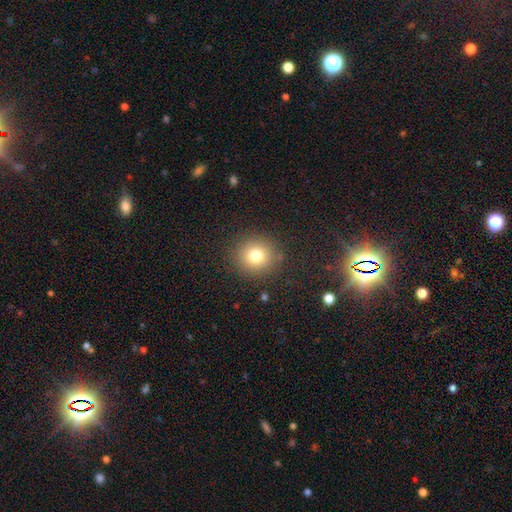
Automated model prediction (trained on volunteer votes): A smooth galaxy with no disk features (77%) that is round (90%). Merging: none (88%).